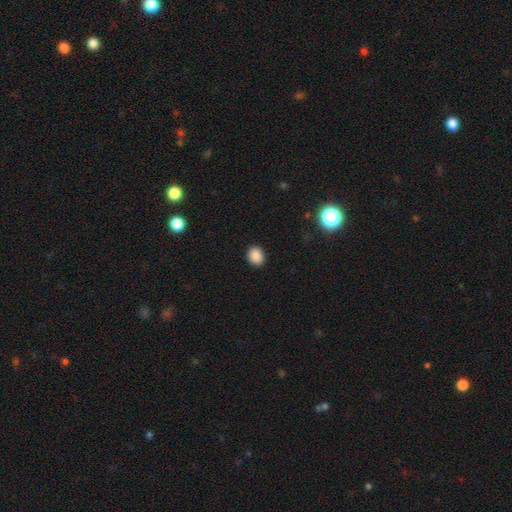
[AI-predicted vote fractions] smooth_or_featured: smooth (p=0.87) [alt: star or artifact p=0.10]
how_rounded: round (p=0.57) [alt: in between p=0.42]
merging: none (p=0.90) [alt: minor disturbance p=0.07]